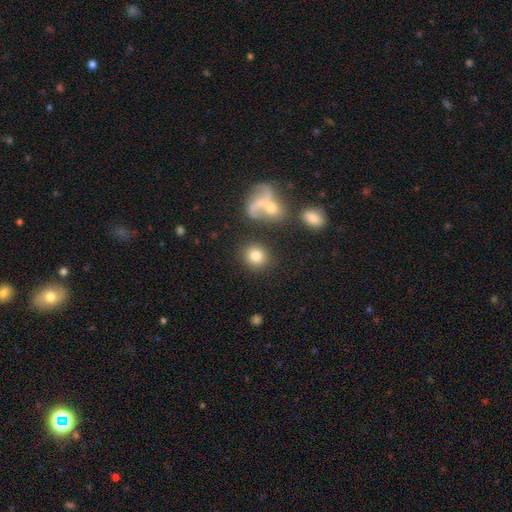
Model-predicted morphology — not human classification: smooth 80%, star or artifact 11%, featured or disk 10%. Down the decision tree: how rounded — round (82%); merging — none (79%).